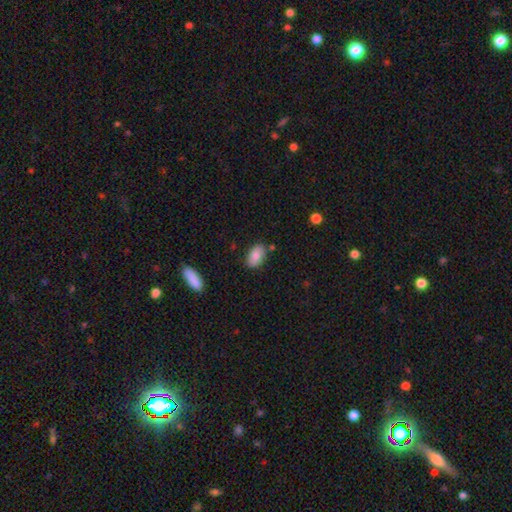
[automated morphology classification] Smooth or featured: smooth — 79% (featured or disk — 14%)
How rounded: in between — 91% (round — 7%)
Merging: none — 80% (minor disturbance — 13%)